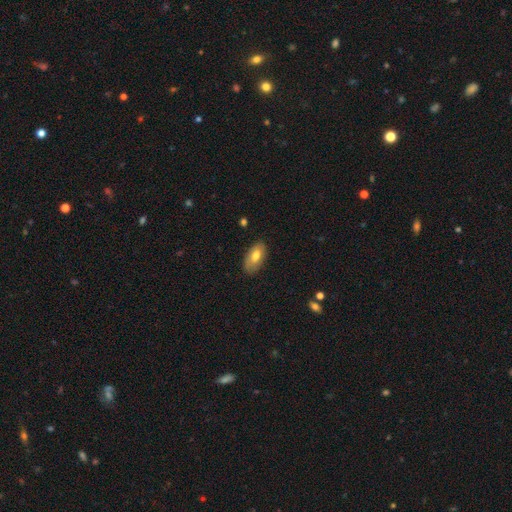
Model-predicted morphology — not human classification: This appears to be a smooth galaxy with no disk features (71%) that is in between round and cigar-shaped (93%). Merging: none (83%).